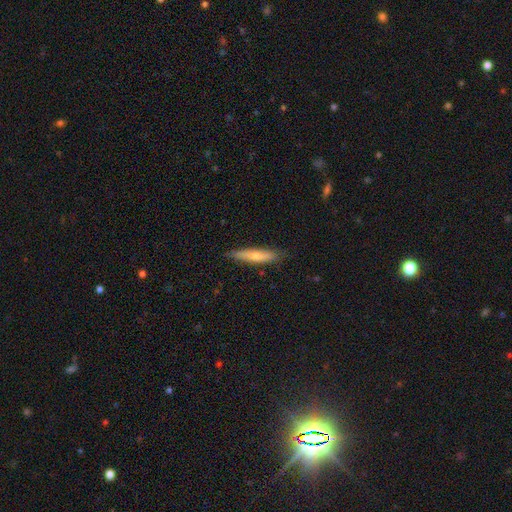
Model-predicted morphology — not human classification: Smooth or featured: smooth — 64% (featured or disk — 30%)
How rounded: cigar-shaped — 86% (in between — 13%)
Merging: none — 83% (minor disturbance — 14%)